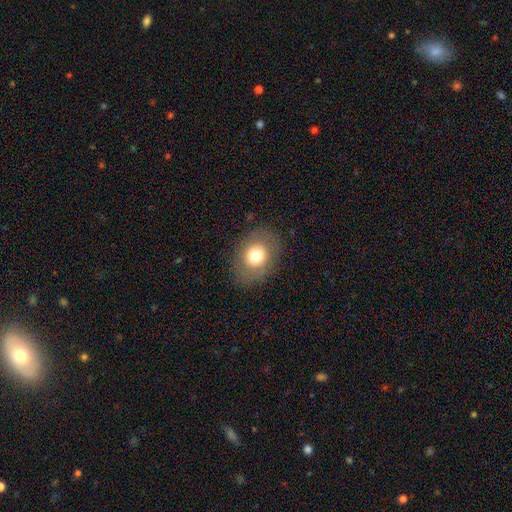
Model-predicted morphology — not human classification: This is likely a smooth galaxy (71%). How rounded: possibly in between (52%). Merging: clearly none (84%).